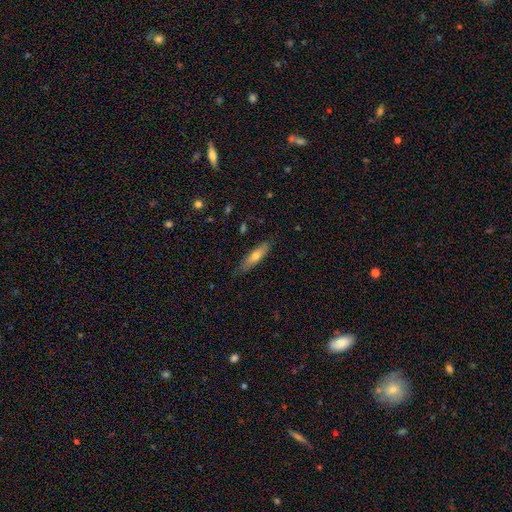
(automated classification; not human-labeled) smooth 63%, featured or disk 31%, star or artifact 6%. Down the decision tree: how rounded — cigar-shaped (68%); merging — none (80%).